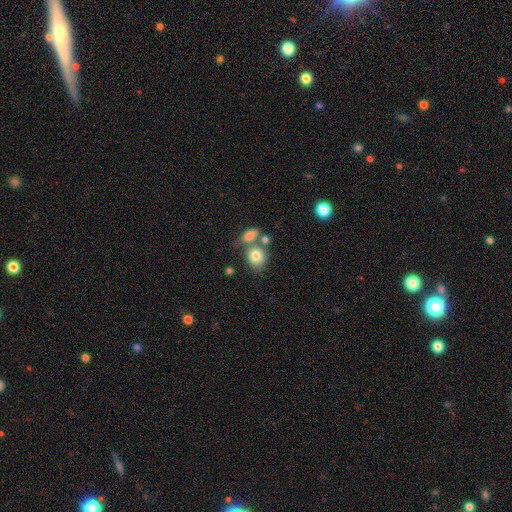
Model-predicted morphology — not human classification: This appears to be a smooth galaxy with no disk features (80%) that is round (53%). Merging: none (48%).